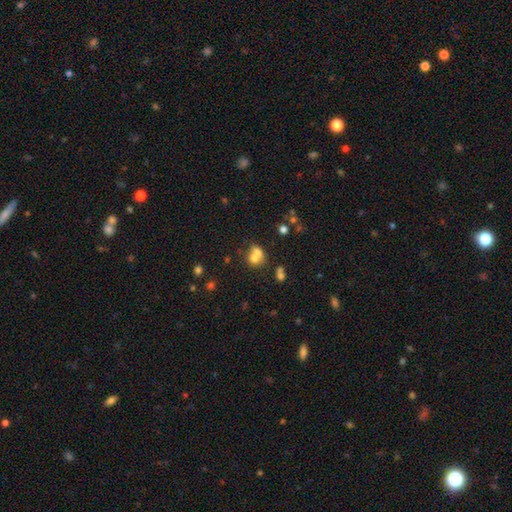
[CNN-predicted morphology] This is likely a smooth galaxy (65%). How rounded: likely round (69%). Merging: possibly merger (58%).